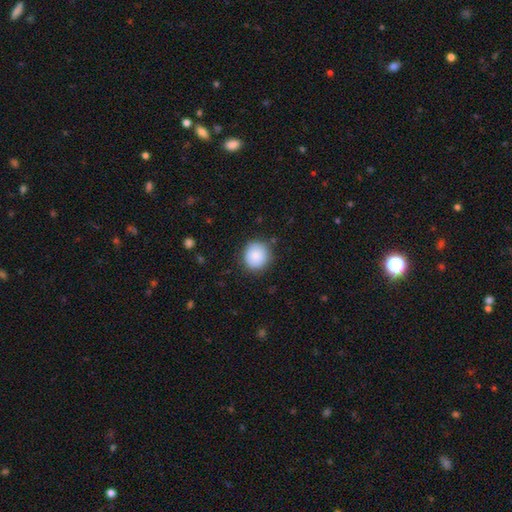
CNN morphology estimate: smooth_or_featured: smooth (p=0.85) [alt: featured or disk p=0.08]
how_rounded: round (p=0.89) [alt: in between p=0.10]
merging: none (p=0.86) [alt: minor disturbance p=0.11]